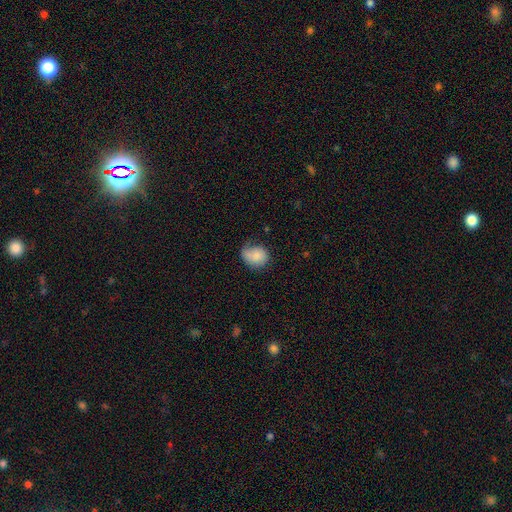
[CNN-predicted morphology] Smooth or featured?
  - smooth: 78% *
  - featured or disk: 14%
  - star or artifact: 7%
How rounded?
  - round: 58% *
  - in between: 42%
  - cigar-shaped: 1%
Merging?
  - none: 47% *
  - minor disturbance: 35%
  - major disturbance: 15%
  - merger: 3%